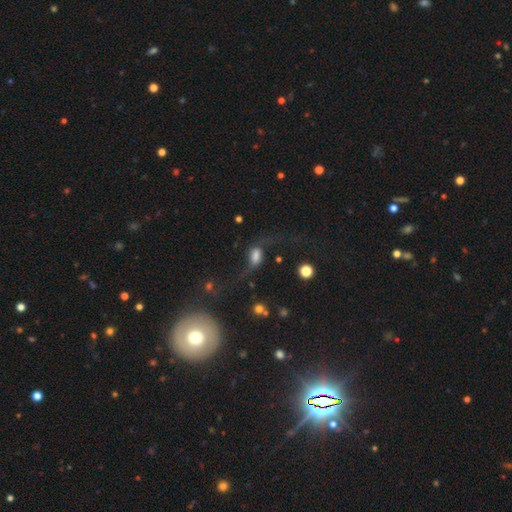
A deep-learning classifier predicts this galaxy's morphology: Smooth or featured?
  - featured or disk: 46% *
  - smooth: 41%
  - star or artifact: 13%
Merging?
  - none: 41% *
  - major disturbance: 33%
  - minor disturbance: 18%
  - merger: 8%